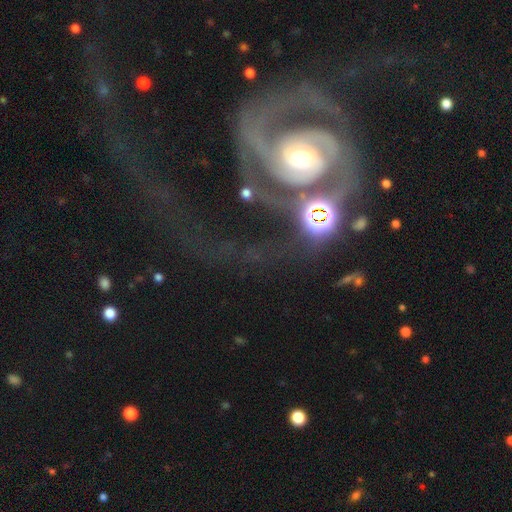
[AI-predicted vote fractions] featured or disk 85%, star or artifact 8%, smooth 7%. Down the decision tree: edge-on disk — no (97%); bar — no (56%); spiral arms — yes (94%); spiral arm count — 2 (59%); spiral winding — medium (40%, tied with tight); bulge size — moderate (52%); merging — major disturbance (38%).